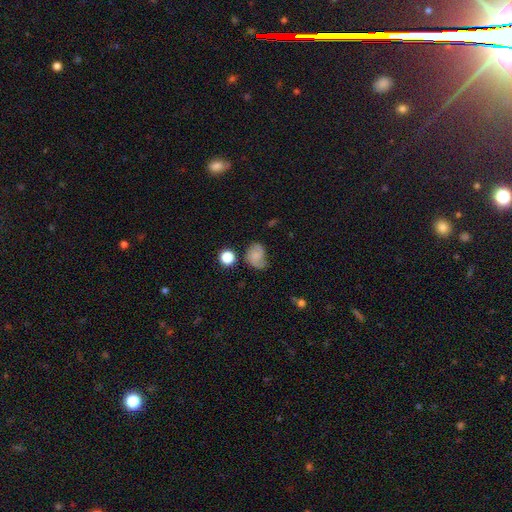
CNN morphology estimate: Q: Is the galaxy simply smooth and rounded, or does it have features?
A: smooth — 57%.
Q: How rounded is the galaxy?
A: in between — 58%.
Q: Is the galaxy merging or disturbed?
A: none — 46%.